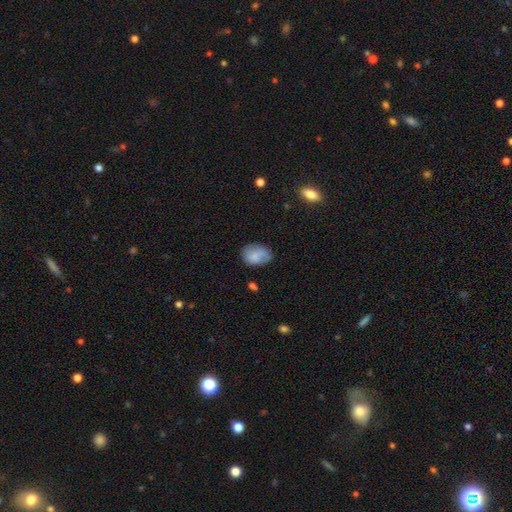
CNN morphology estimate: type=smooth (77%); roundness=in between (76%); merging=none (62%).